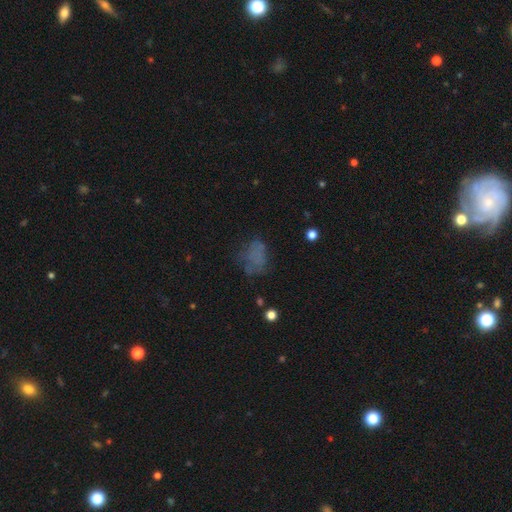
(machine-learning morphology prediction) Smooth or featured? Predicted: smooth (p=0.56). How rounded? Predicted: in between (p=0.69). Merging? Predicted: none (p=0.48).